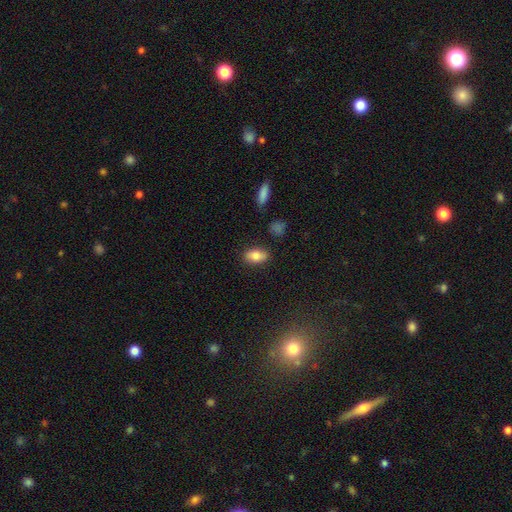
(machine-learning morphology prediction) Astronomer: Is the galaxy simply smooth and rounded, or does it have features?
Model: smooth — 82%.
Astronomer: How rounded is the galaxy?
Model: in between — 89%.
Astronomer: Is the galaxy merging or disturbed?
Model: none — 84%.